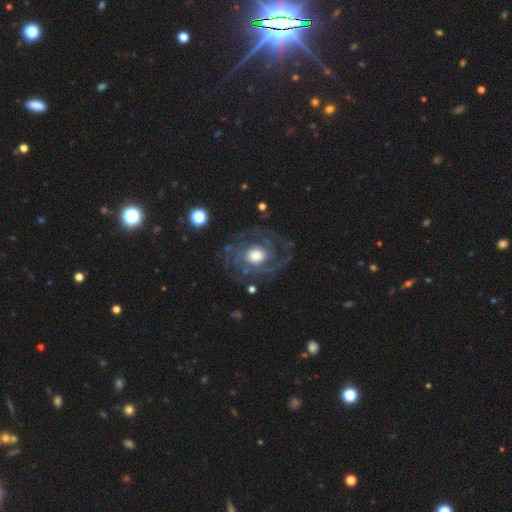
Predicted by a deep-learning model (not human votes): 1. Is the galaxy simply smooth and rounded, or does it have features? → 82% featured or disk, 12% smooth, 6% star or artifact.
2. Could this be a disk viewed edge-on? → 97% no, 3% yes.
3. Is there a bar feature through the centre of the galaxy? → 75% no, 20% weak, 5% strong.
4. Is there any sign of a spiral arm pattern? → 87% yes, 13% no.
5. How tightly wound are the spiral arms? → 53% tight, 34% medium, 13% loose.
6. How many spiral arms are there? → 34% can't tell, 24% 2, 18% 3, 9% 4, 8% 1, 7% more than 4.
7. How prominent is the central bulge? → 48% moderate, 42% large, 6% small, 3% dominant, 1% none.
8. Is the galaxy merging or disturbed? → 69% none, 16% minor disturbance, 14% major disturbance, 2% merger.